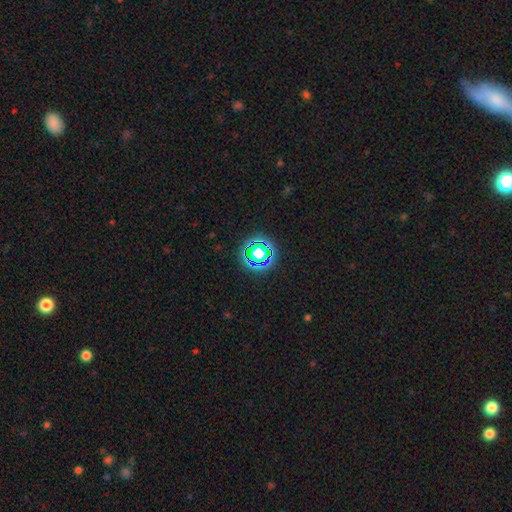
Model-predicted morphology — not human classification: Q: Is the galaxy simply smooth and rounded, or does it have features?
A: star or artifact — 62%.